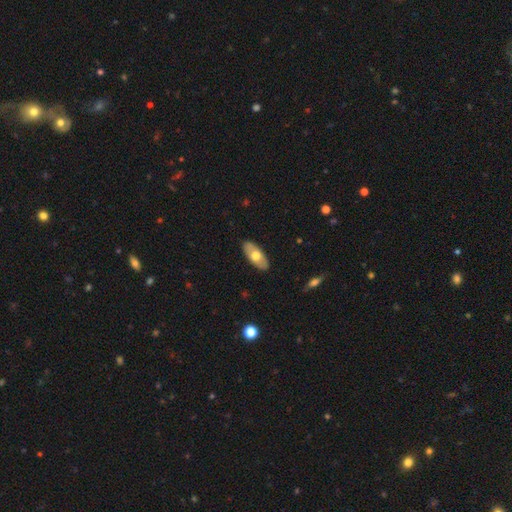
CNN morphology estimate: This appears to be a smooth galaxy with no disk features (60%) that is in between round and cigar-shaped (88%). Merging: none (88%).